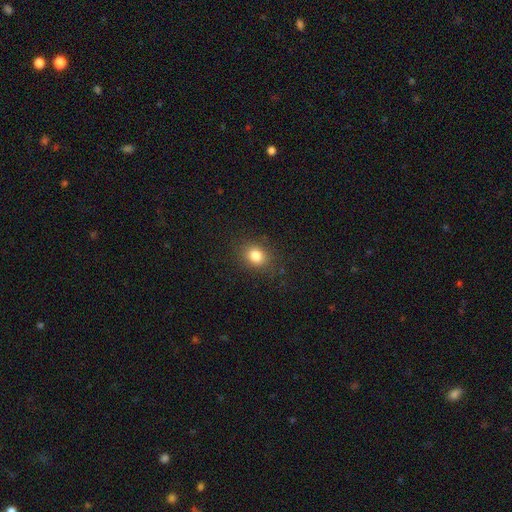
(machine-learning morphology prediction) Smooth or featured: smooth — 82% (star or artifact — 12%)
How rounded: round — 55% (in between — 44%)
Merging: none — 85% (minor disturbance — 11%)